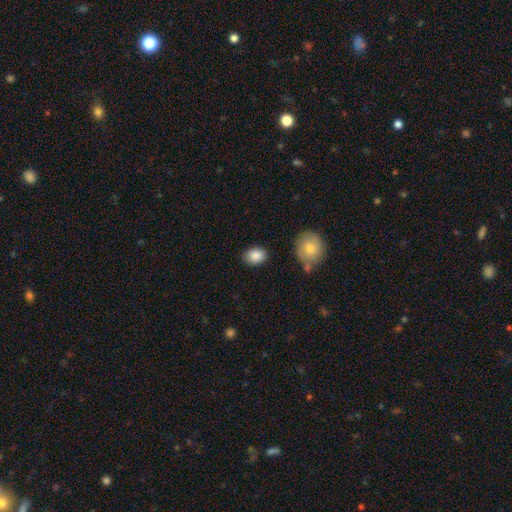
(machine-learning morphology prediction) smooth_or_featured: smooth (p=0.87) [alt: star or artifact p=0.07]
how_rounded: in between (p=0.66) [alt: round p=0.33]
merging: none (p=0.83) [alt: minor disturbance p=0.12]